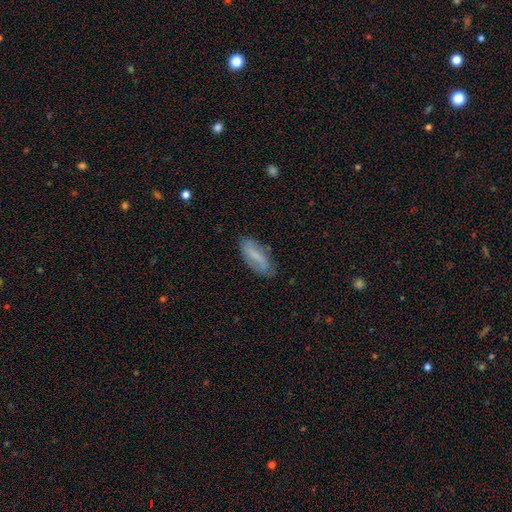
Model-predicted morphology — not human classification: smooth-or-featured: smooth: 55% | featured or disk: 37% | star or artifact: 8%
  how-rounded: in between: 73% | cigar-shaped: 24% | round: 2%
  merging: none: 75% | minor disturbance: 18% | major disturbance: 5% | merger: 2%